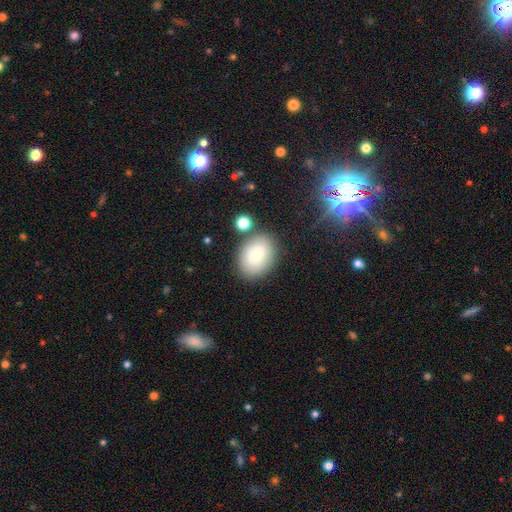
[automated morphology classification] Smooth or featured?
  - smooth: 75% *
  - featured or disk: 17%
  - star or artifact: 8%
How rounded?
  - in between: 72% *
  - round: 27%
  - cigar-shaped: 1%
Merging?
  - none: 77% *
  - minor disturbance: 13%
  - merger: 6%
  - major disturbance: 4%